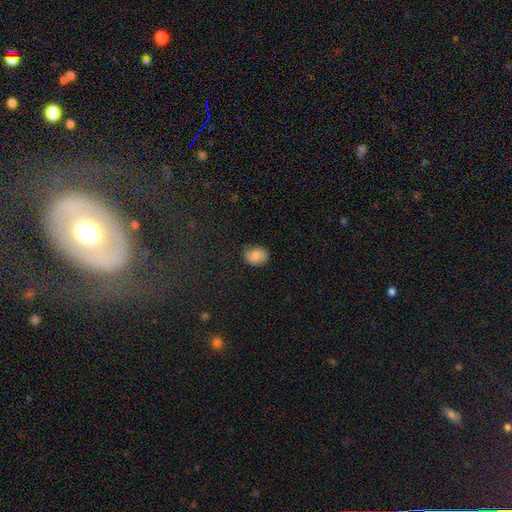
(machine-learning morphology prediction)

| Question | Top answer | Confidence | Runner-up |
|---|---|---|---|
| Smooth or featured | smooth | 82% | featured or disk (9%) |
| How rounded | in between | 50% | tied: round (50%) |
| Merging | none | 78% | minor disturbance (17%) |